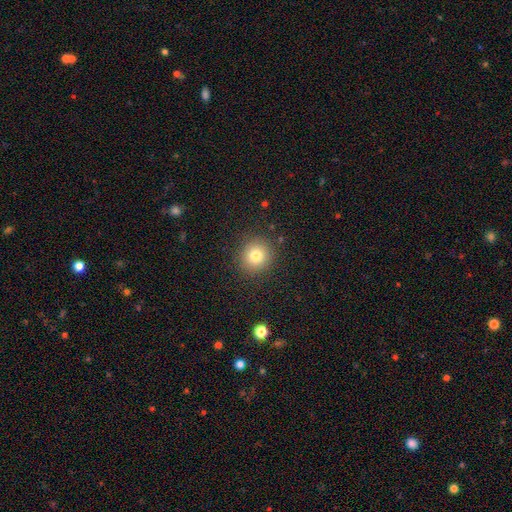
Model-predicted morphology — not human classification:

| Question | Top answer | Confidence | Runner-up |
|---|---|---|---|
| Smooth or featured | smooth | 78% | star or artifact (13%) |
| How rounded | round | 91% | in between (8%) |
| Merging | none | 89% | minor disturbance (7%) |